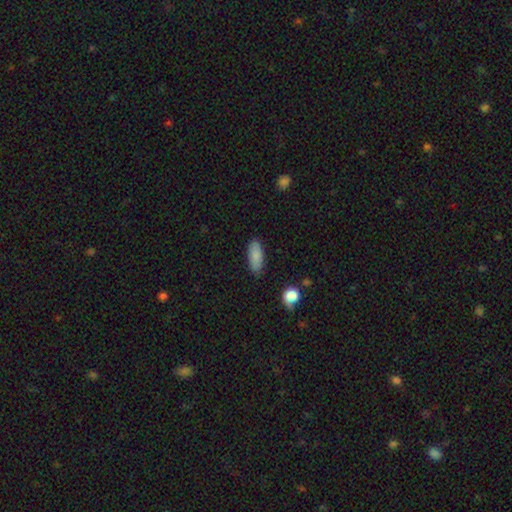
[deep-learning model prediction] A smooth galaxy with no disk features (85%) that is in between round and cigar-shaped (82%).

Vote fractions:
- Smooth or featured? smooth: 85% / featured or disk: 8% / star or artifact: 7%
- How rounded? in between: 82% / cigar-shaped: 16% / round: 2%
- Merging? none: 83% / minor disturbance: 13% / major disturbance: 3% / merger: 2%